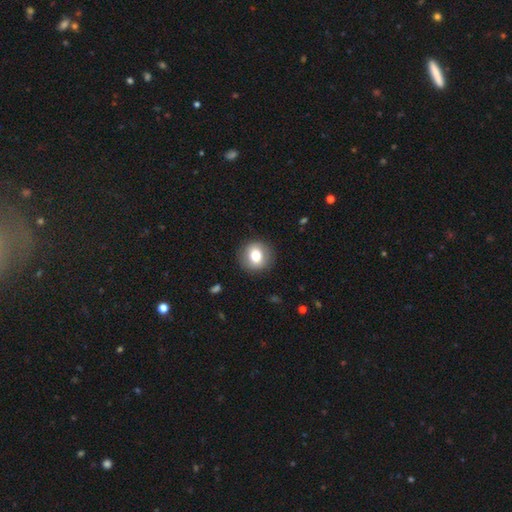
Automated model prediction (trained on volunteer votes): Smooth or featured? smooth (74%)
How rounded? round (89%)
Merging? none (89%)